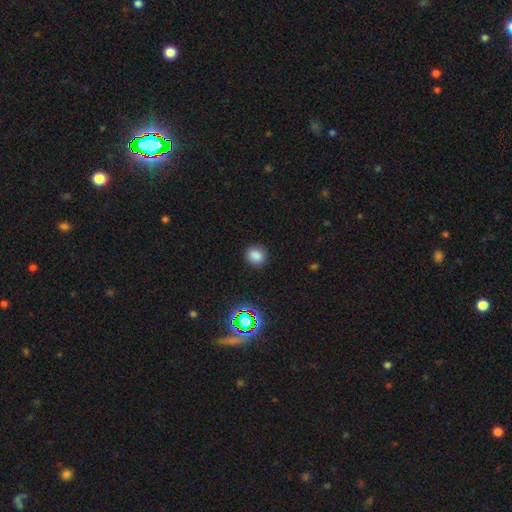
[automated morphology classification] A smooth galaxy with no disk features (81%) that is round (81%). Merging: none (89%).